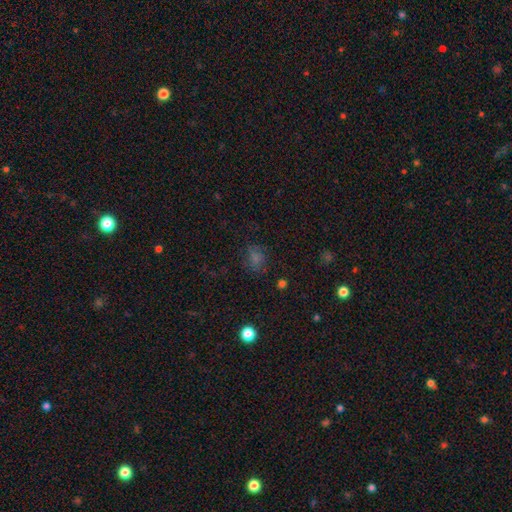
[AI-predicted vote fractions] This is possibly a smooth galaxy (56%). How rounded: possibly round (53%). Merging: likely none (73%).